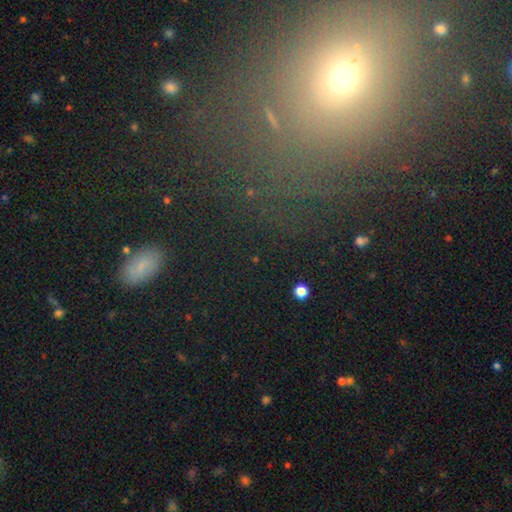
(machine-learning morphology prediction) Smooth or featured? Predicted: star or artifact (p=0.43).